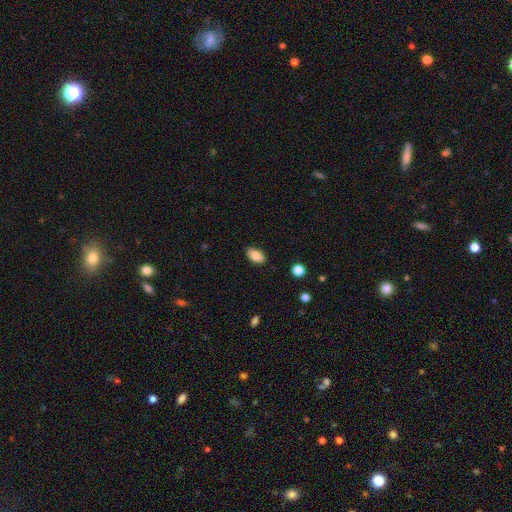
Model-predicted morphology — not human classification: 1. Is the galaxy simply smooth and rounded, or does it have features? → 84% smooth, 8% featured or disk, 8% star or artifact.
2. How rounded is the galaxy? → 93% in between, 5% round, 2% cigar-shaped.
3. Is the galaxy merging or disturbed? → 88% none, 9% minor disturbance, 2% major disturbance, 1% merger.